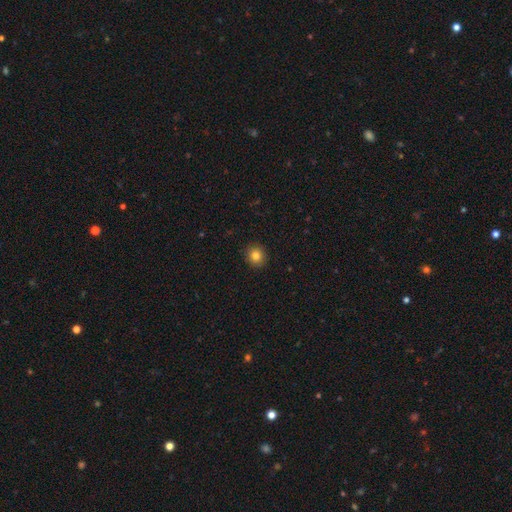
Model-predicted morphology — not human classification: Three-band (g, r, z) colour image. It shows a smooth galaxy with no disk features (82%) that is round (90%). Merging: none (92%).